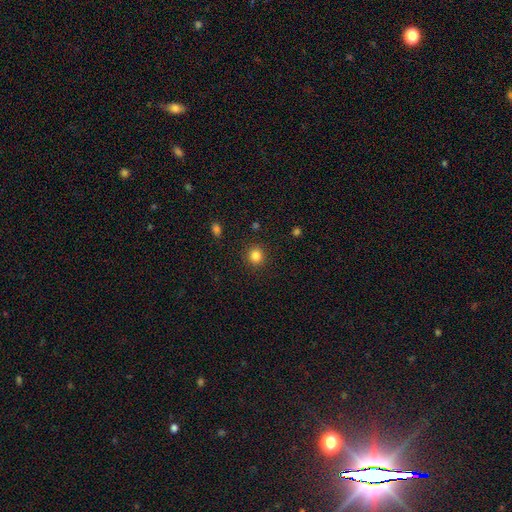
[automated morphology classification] A smooth galaxy with no disk features (84%) that is round (90%). Merging: none (90%).